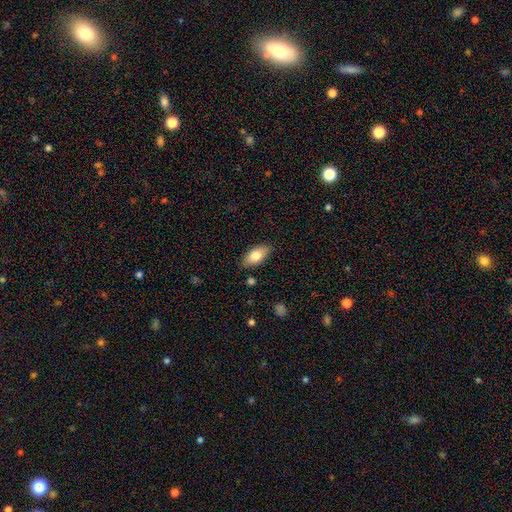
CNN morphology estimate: Smooth or featured? Predicted: smooth (p=0.78). How rounded? Predicted: in between (p=0.91). Merging? Predicted: none (p=0.84).